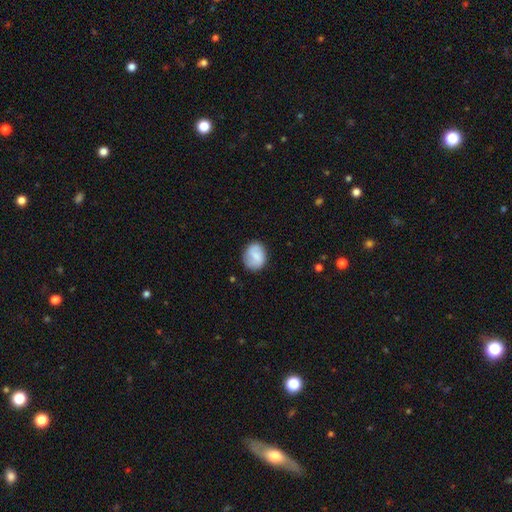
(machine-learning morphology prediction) smooth_or_featured: smooth (p=0.65) [alt: featured or disk p=0.28]
how_rounded: round (p=0.63) [alt: in between p=0.36]
merging: none (p=0.80) [alt: minor disturbance p=0.15]